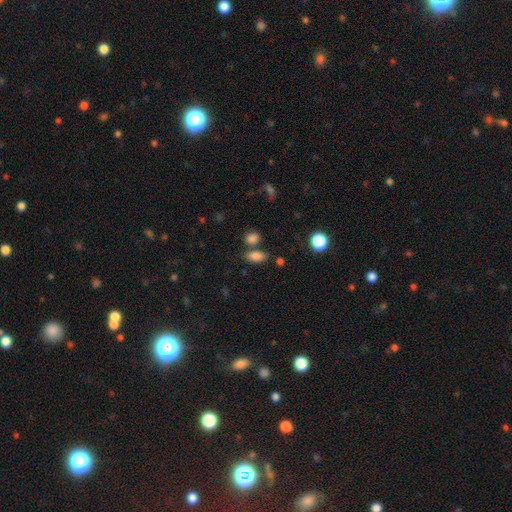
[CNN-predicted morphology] smooth 83%, star or artifact 11%, featured or disk 6%. Down the decision tree: how rounded — in between (86%); merging — none (67%).